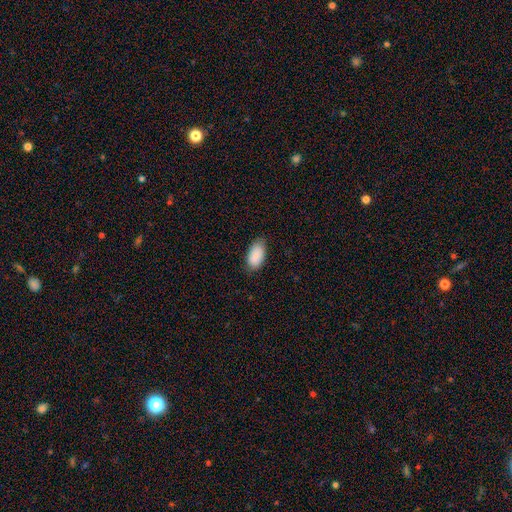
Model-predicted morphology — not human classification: This is clearly a smooth galaxy (89%). How rounded: clearly in between (95%). Merging: likely none (77%).